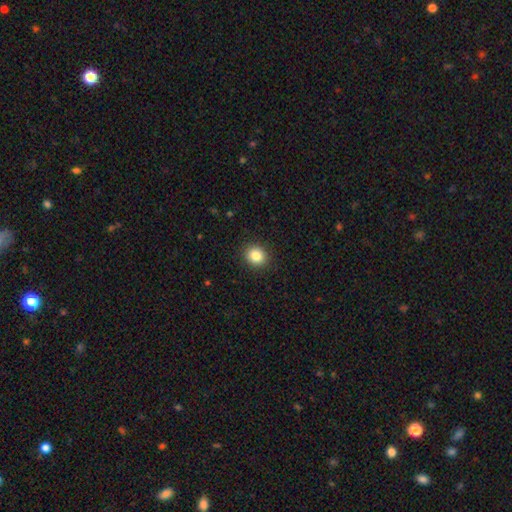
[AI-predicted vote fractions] Smooth or featured? Predicted: smooth (p=0.84). How rounded? Predicted: round (p=0.81). Merging? Predicted: none (p=0.92).